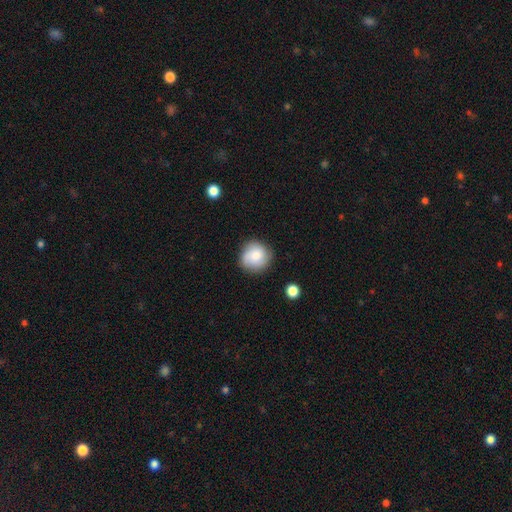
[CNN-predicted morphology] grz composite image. It shows a smooth galaxy with no disk features (71%) that is round (91%). Merging: none (80%).